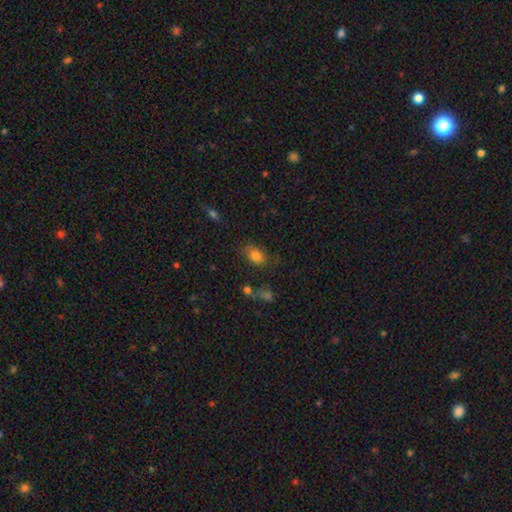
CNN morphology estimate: This appears to be a smooth galaxy with no disk features (79%) that is in between round and cigar-shaped (77%). Merging: none (70%).